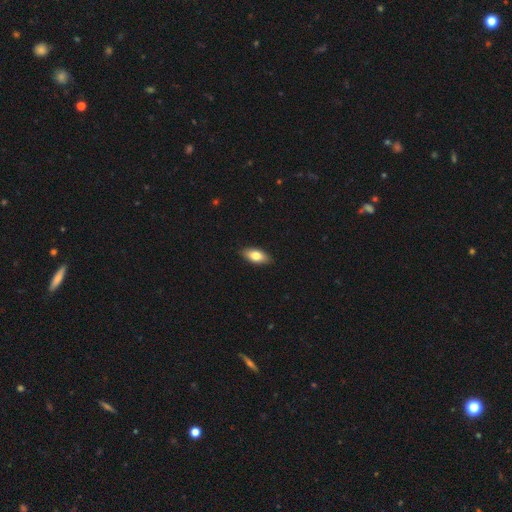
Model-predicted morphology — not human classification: smooth-or-featured: smooth: 78% | featured or disk: 15% | star or artifact: 7%
  how-rounded: in between: 88% | cigar-shaped: 8% | round: 3%
  merging: none: 88% | minor disturbance: 9% | major disturbance: 2% | merger: 1%